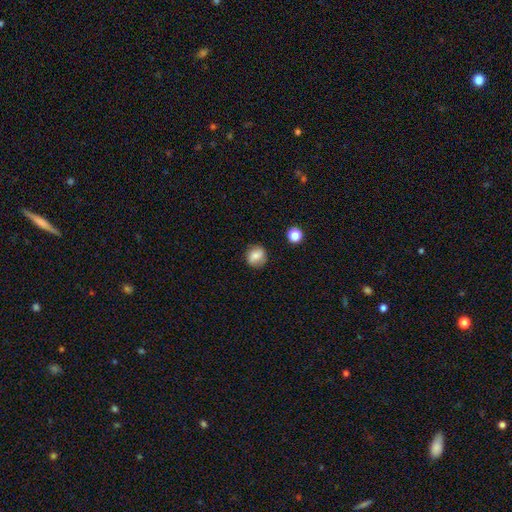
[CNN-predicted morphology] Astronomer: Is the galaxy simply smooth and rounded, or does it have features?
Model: smooth — 74%.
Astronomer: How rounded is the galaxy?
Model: round — 79%.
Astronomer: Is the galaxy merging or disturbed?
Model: none — 81%.